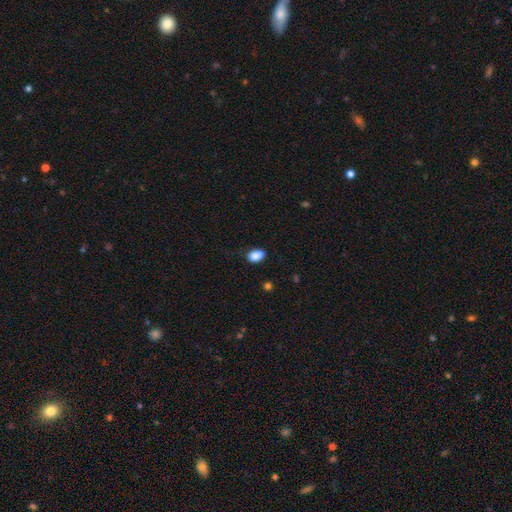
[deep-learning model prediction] Smooth or featured? smooth (86%)
How rounded? in between (82%)
Merging? none (62%)